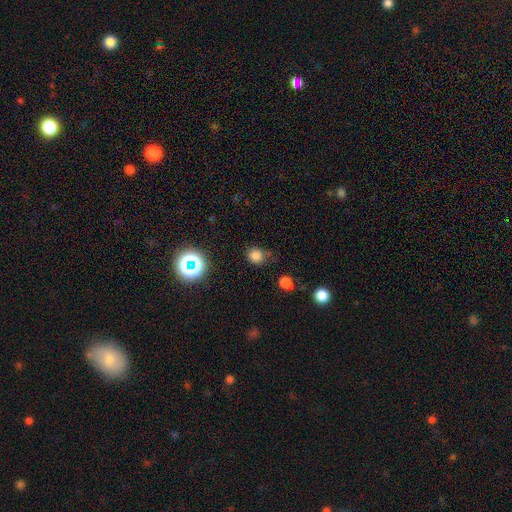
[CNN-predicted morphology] smooth-or-featured: smooth: 77% | star or artifact: 17% | featured or disk: 5%
  how-rounded: round: 77% | in between: 22% | cigar-shaped: 1%
  merging: none: 75% | minor disturbance: 16% | major disturbance: 4% | merger: 4%